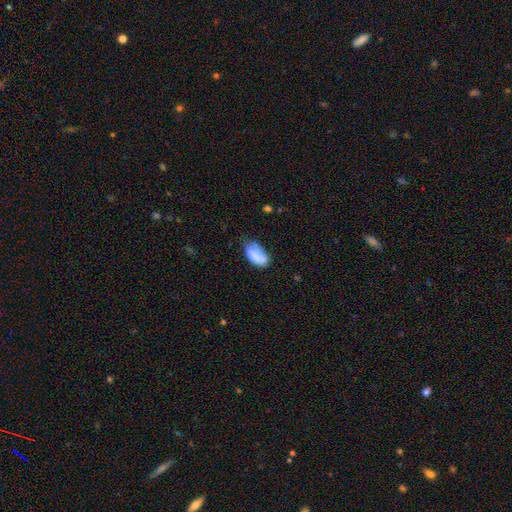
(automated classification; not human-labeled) This is likely a smooth galaxy (72%). How rounded: clearly in between (92%). Merging: marginally none (44%).